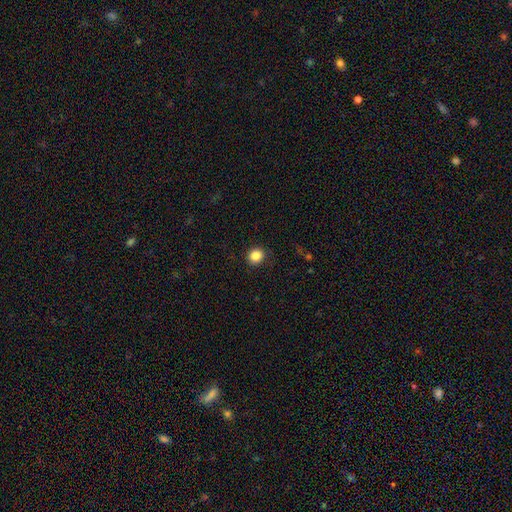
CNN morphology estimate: The model was most divided on "how rounded": round: 84%, in between: 15%, cigar-shaped: 1%. More confident: merging — none (90%); smooth or featured — smooth (86%).